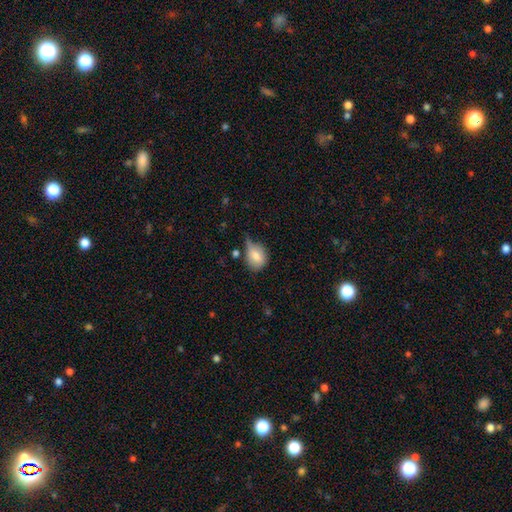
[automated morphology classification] Smooth or featured? smooth (77%)
How rounded? round (51%)
Merging? minor disturbance (40%)